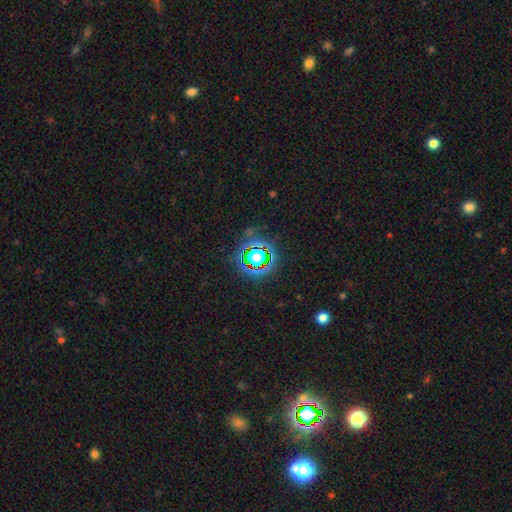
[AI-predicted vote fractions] Smooth or featured? Predicted: star or artifact (p=0.61).